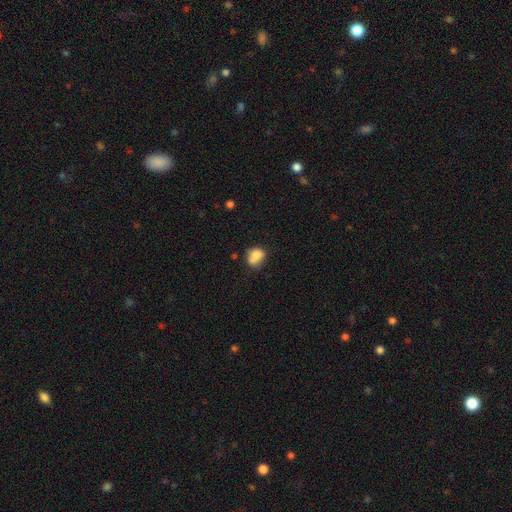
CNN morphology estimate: smooth-or-featured: smooth: 76% | featured or disk: 13% | star or artifact: 10%
  how-rounded: in between: 52% | round: 47% | cigar-shaped: 1%
  merging: none: 41% | minor disturbance: 27% | merger: 22% | major disturbance: 10%